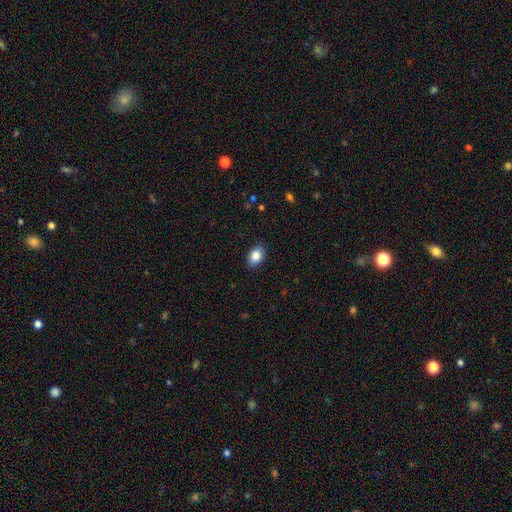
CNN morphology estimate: smooth-or-featured: smooth: 86% | star or artifact: 8% | featured or disk: 6%
  how-rounded: in between: 82% | round: 17% | cigar-shaped: 1%
  merging: none: 88% | minor disturbance: 9% | major disturbance: 2% | merger: 1%